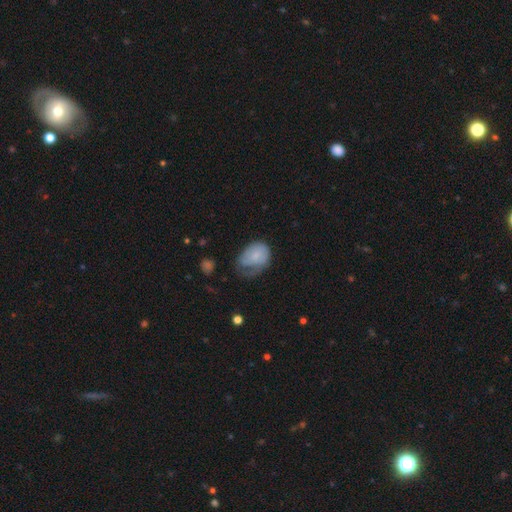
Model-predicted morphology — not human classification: This is likely a smooth galaxy (68%). How rounded: likely in between (74%). Merging: marginally major disturbance (40%).